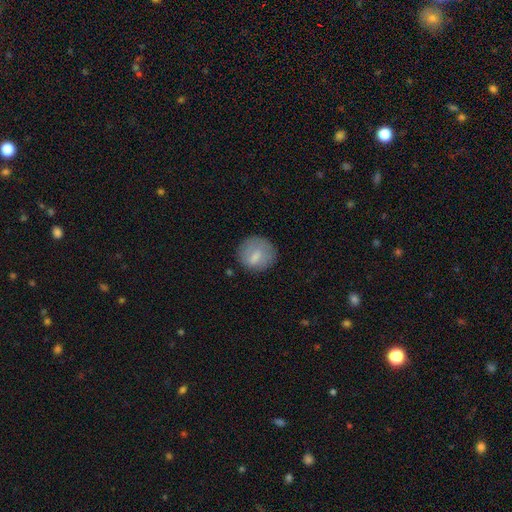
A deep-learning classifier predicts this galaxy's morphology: The model was most divided on "smooth or featured": smooth: 71%, featured or disk: 21%, star or artifact: 8%. More confident: how rounded — round (84%); merging — none (74%).